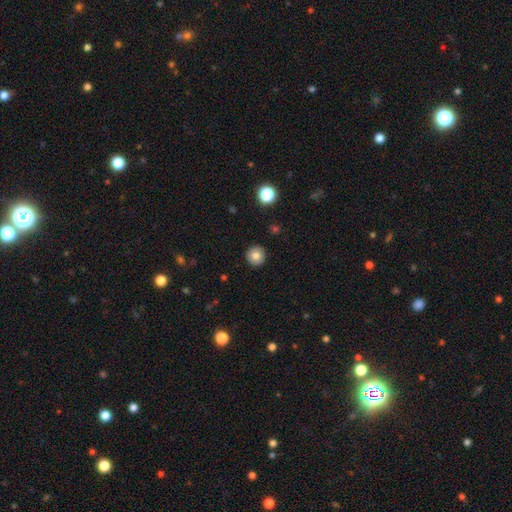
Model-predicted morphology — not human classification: smooth 81%, featured or disk 10%, star or artifact 10%. Down the decision tree: how rounded — round (95%); merging — none (93%).